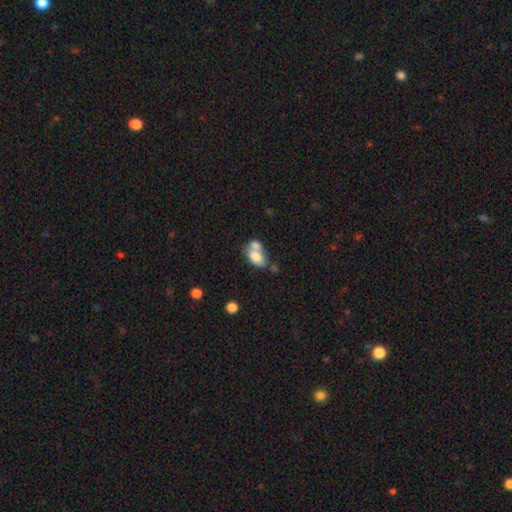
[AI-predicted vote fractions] This is likely a smooth galaxy (76%). How rounded: clearly in between (89%). Merging: possibly merger (59%).